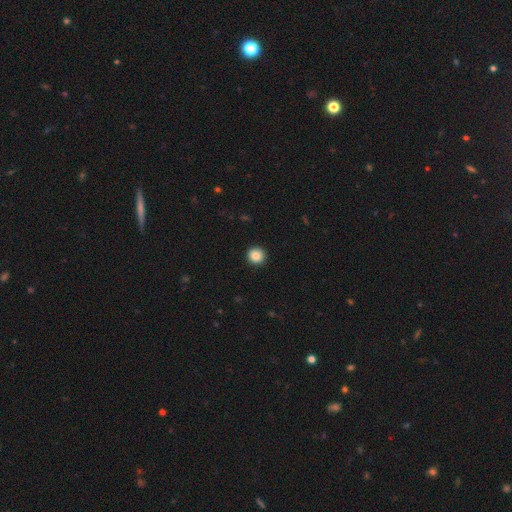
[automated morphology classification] This is clearly a smooth galaxy (87%). How rounded: clearly round (94%). Merging: clearly none (93%).